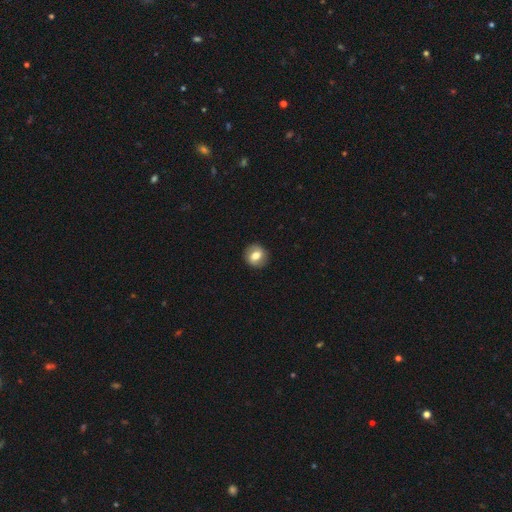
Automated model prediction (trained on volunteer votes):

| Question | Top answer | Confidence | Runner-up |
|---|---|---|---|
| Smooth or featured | smooth | 64% | featured or disk (27%) |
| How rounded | round | 78% | in between (21%) |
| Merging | none | 88% | minor disturbance (8%) |